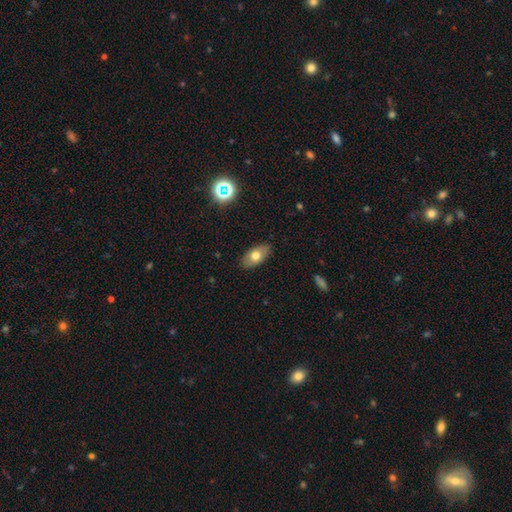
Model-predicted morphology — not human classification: smooth-or-featured: smooth: 70% | featured or disk: 22% | star or artifact: 9%
  how-rounded: in between: 91% | round: 5% | cigar-shaped: 4%
  merging: none: 87% | minor disturbance: 10% | major disturbance: 2% | merger: 1%